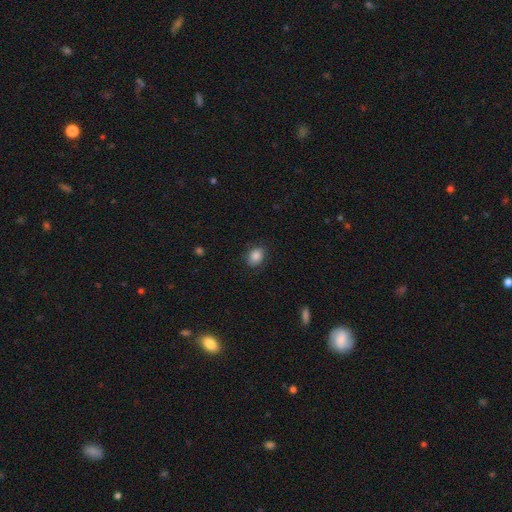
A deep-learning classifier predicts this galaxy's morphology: Overall: smooth (85%). How rounded: in between (62%; round 37%). Merging: none (81%).